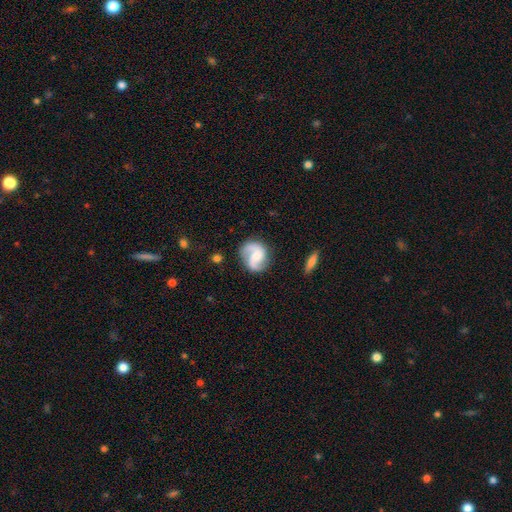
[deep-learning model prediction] Overall: featured or disk (81%). Edge-on disk: no (98%). Bar: no (52%; weak 39%). Spiral arms: yes (97%). Spiral arm count: 2 (88%). Spiral winding: medium (47%; loose 37%). Bulge size: moderate (42%; small 41%). Merging: none (77%).